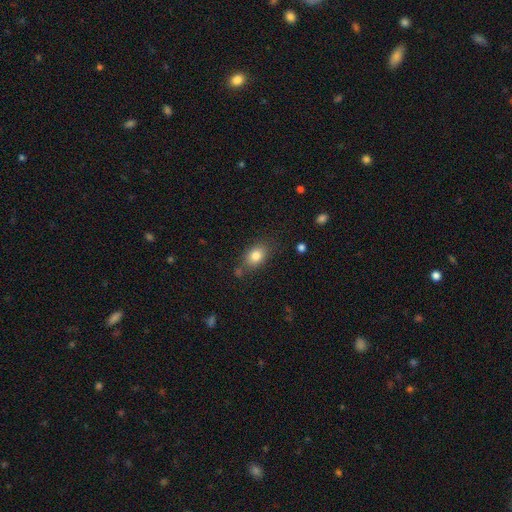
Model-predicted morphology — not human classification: Smooth or featured? smooth (81%)
How rounded? in between (76%)
Merging? none (74%)